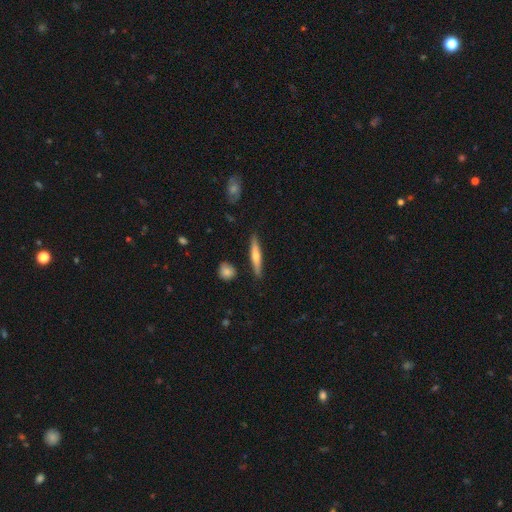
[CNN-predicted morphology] The model was most divided on "smooth or featured" (2-way tie): smooth: 47%, featured or disk: 47%, star or artifact: 6%. More confident: merging — none (88%).